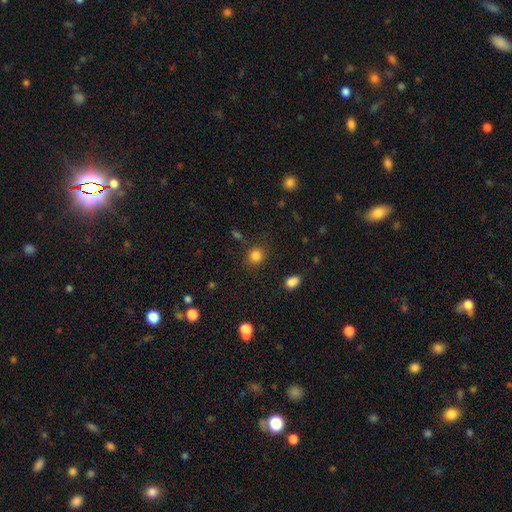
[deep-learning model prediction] The model was most divided on "how rounded": round: 83%, in between: 16%, cigar-shaped: 1%. More confident: merging — none (85%); smooth or featured — smooth (83%).